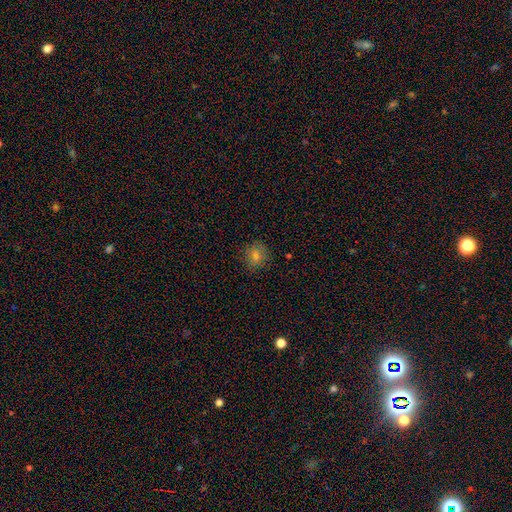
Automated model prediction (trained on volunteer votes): The model was most divided on "smooth or featured": smooth: 69%, star or artifact: 19%, featured or disk: 12%. More confident: merging — none (84%); how rounded — round (81%).